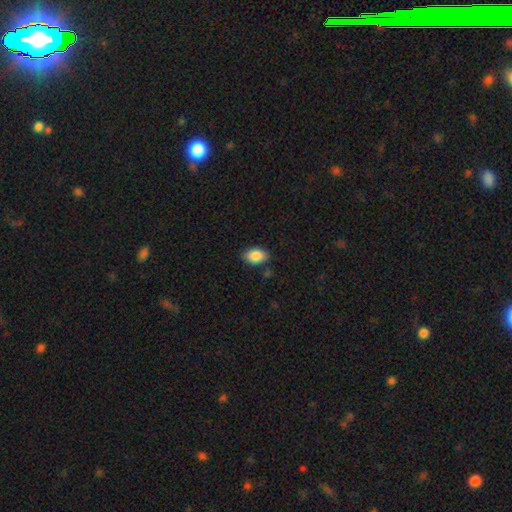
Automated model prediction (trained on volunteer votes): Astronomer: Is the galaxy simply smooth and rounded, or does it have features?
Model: smooth — 87%.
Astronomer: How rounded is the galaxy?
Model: in between — 89%.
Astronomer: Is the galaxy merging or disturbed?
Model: none — 83%.